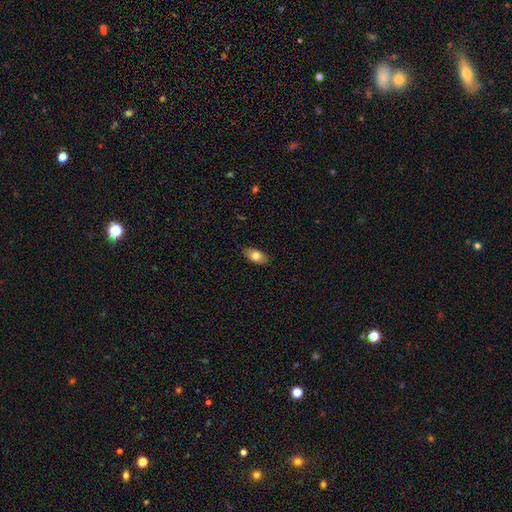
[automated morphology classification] Q: Smooth or featured?
A: smooth (80%); runner-up: featured or disk (13%)
Q: How rounded?
A: in between (90%); runner-up: round (6%)
Q: Merging?
A: none (83%); runner-up: minor disturbance (13%)